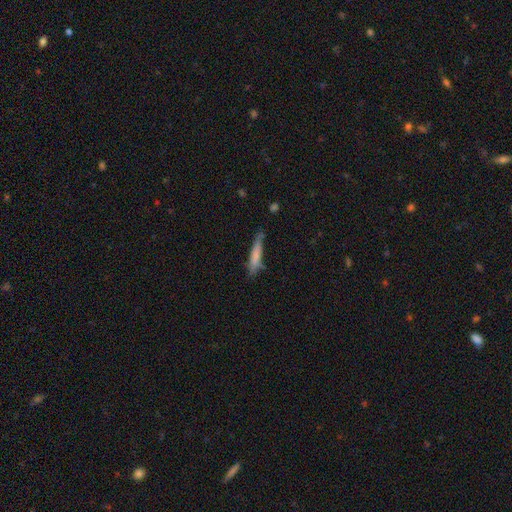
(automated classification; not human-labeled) Smooth or featured? smooth (71%)
How rounded? cigar-shaped (90%)
Merging? none (65%)